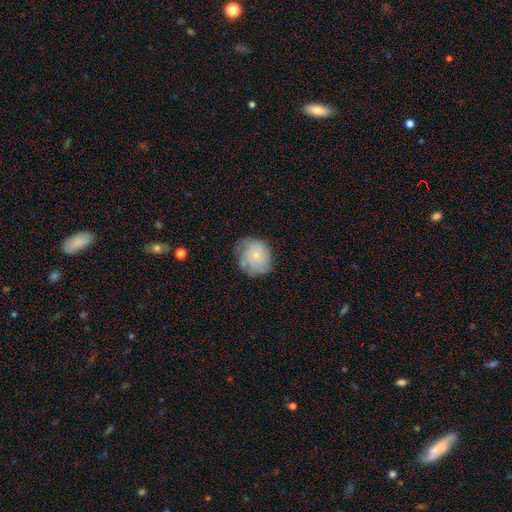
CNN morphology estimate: A smooth galaxy with no disk features (68%) that is round (73%). Merging: none (58%).